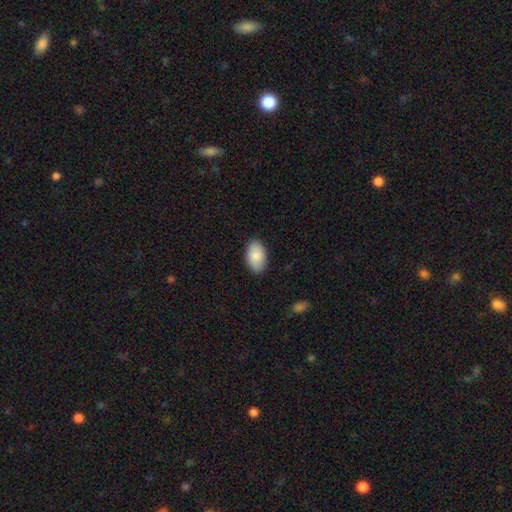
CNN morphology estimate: The model was most divided on "merging": none: 87%, minor disturbance: 10%, major disturbance: 2%, merger: 1%. More confident: how rounded — in between (95%); smooth or featured — smooth (88%).